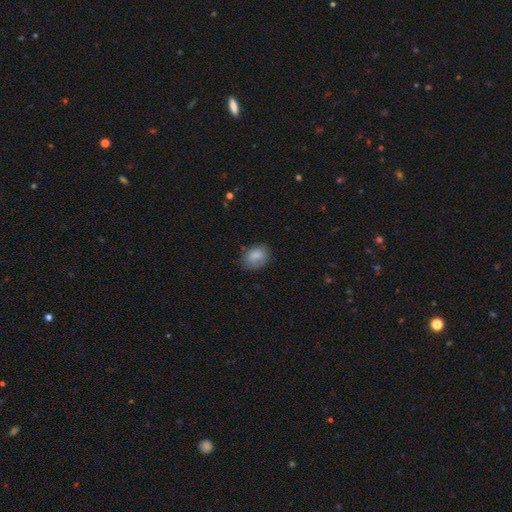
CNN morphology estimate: Smooth or featured? smooth (85%)
How rounded? in between (63%)
Merging? none (73%)